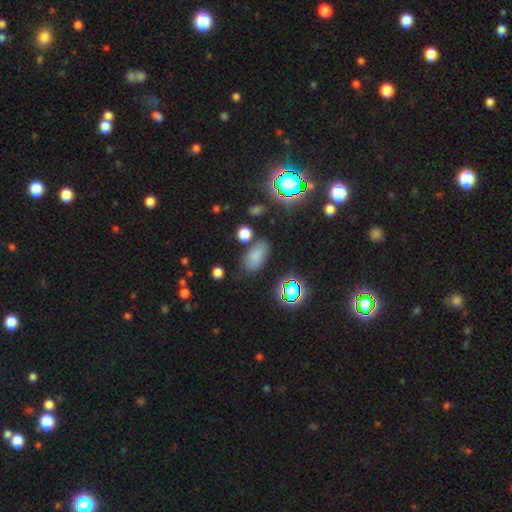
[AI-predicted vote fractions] This appears to be a smooth galaxy with no disk features (73%) that is in between round and cigar-shaped (90%). Merging: none (71%).